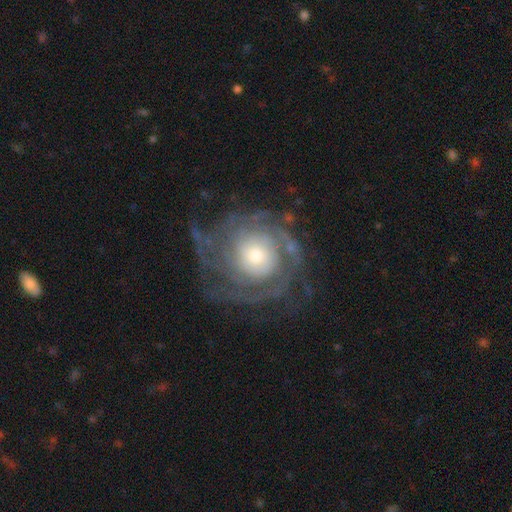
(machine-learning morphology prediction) smooth-or-featured: featured or disk: 84% | smooth: 9% | star or artifact: 7%
  disk-edge-on: no: 97% | yes: 3%
    bar: no: 81% | weak: 14% | strong: 4%
    has-spiral-arms: yes: 93% | no: 7%
      spiral-winding: tight: 70% | medium: 24% | loose: 7%
      spiral-arm-count: can't tell: 37% | 2: 18% | 3: 17% | 4: 12% | more than 4: 9% | 1: 7%
    bulge-size: moderate: 49% | small: 33% | large: 15% | dominant: 2% | none: 1%
  merging: none: 73% | minor disturbance: 15% | major disturbance: 11% | merger: 1%